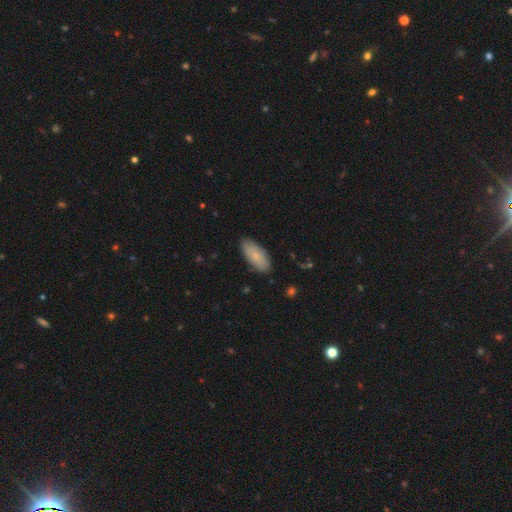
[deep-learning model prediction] Smooth or featured?
  - smooth: 77% *
  - featured or disk: 16%
  - star or artifact: 6%
How rounded?
  - in between: 86% *
  - cigar-shaped: 12%
  - round: 2%
Merging?
  - none: 84% *
  - minor disturbance: 13%
  - major disturbance: 2%
  - merger: 1%